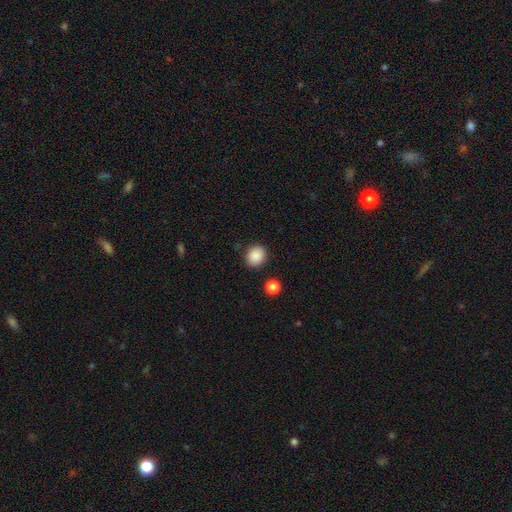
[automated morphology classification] smooth_or_featured: smooth (p=0.88) [alt: star or artifact p=0.09]
how_rounded: round (p=0.75) [alt: in between p=0.24]
merging: none (p=0.87) [alt: minor disturbance p=0.08]